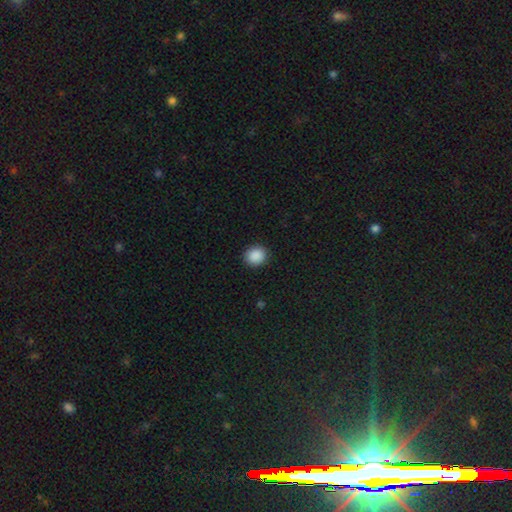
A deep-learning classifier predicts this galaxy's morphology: A smooth galaxy with no disk features (90%) that is round (81%). Merging: none (91%).